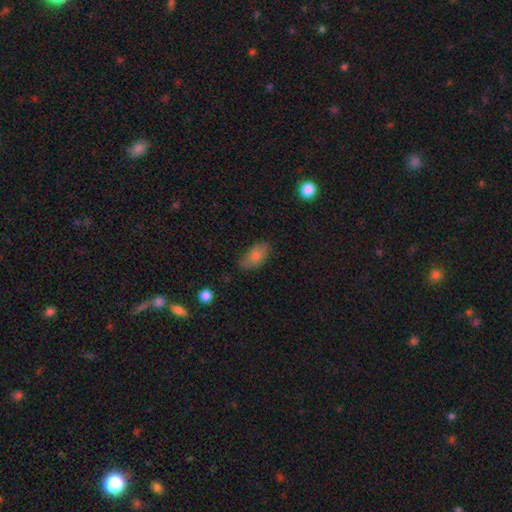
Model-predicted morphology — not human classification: Q: Smooth or featured?
A: smooth (77%); runner-up: featured or disk (14%)
Q: How rounded?
A: in between (89%); runner-up: round (6%)
Q: Merging?
A: none (74%); runner-up: minor disturbance (20%)